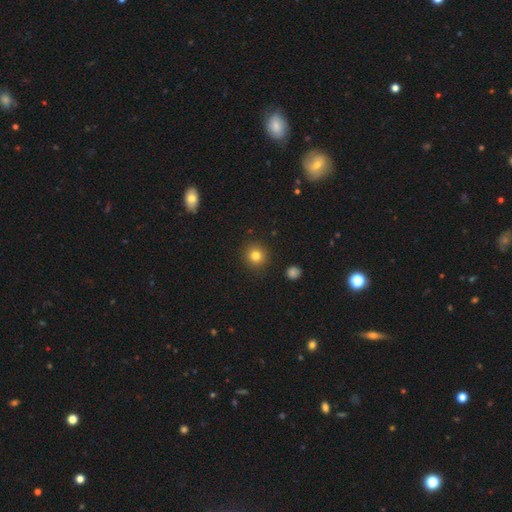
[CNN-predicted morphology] Smooth or featured? smooth (81%)
How rounded? round (92%)
Merging? none (91%)